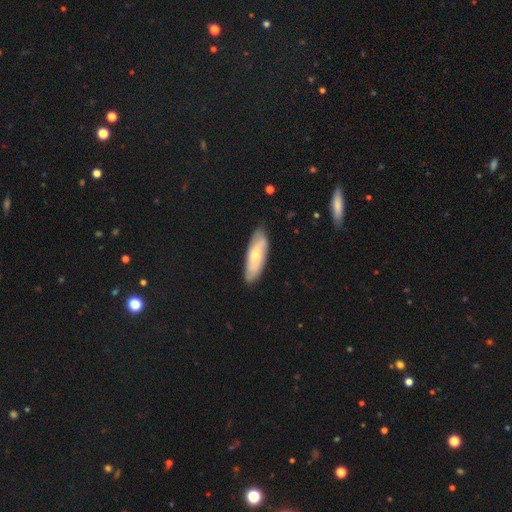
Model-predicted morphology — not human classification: smooth 54%, featured or disk 41%, star or artifact 6%. Down the decision tree: how rounded — in between (60%); merging — none (81%).